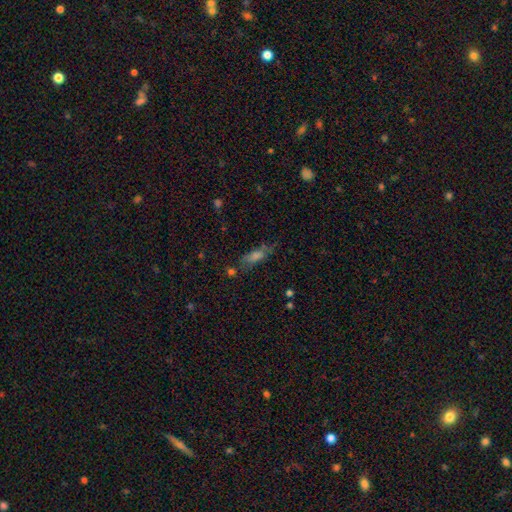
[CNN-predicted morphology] Smooth or featured: smooth — 54% (featured or disk — 27%)
How rounded: cigar-shaped — 53% (in between — 43%)
Merging: none — 65% (minor disturbance — 20%)